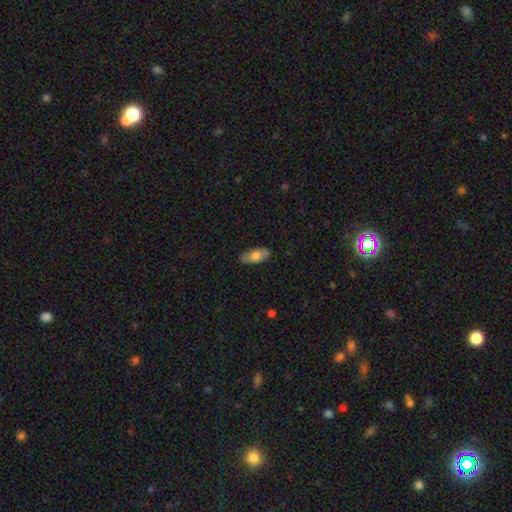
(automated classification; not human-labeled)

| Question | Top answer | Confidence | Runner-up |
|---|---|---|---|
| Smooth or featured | smooth | 68% | featured or disk (26%) |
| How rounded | in between | 86% | cigar-shaped (11%) |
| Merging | none | 84% | minor disturbance (13%) |